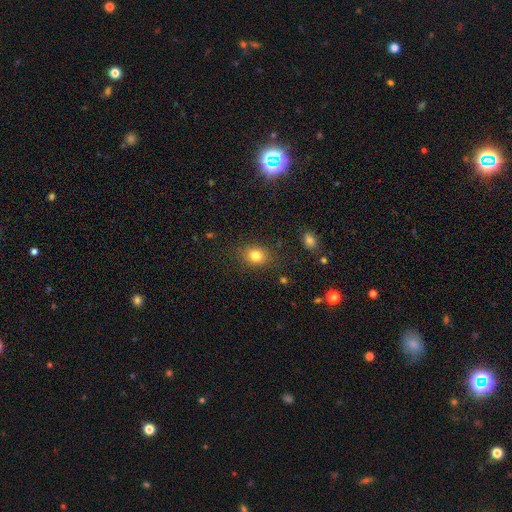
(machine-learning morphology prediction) smooth 81%, star or artifact 12%, featured or disk 7%. Down the decision tree: how rounded — round (51%); merging — none (83%).